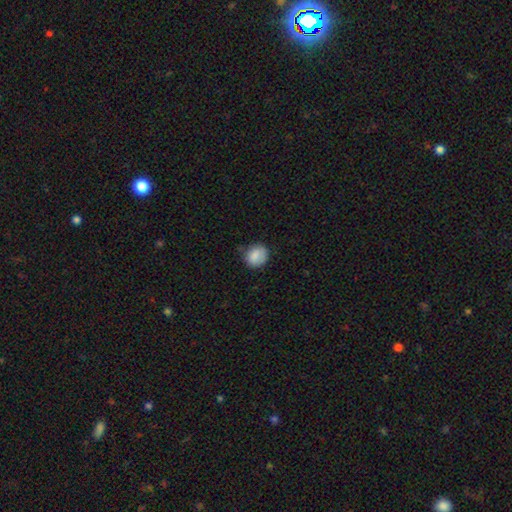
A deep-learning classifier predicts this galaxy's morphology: Smooth or featured? Predicted: smooth (p=0.86). How rounded? Predicted: round (p=0.72). Merging? Predicted: none (p=0.70).